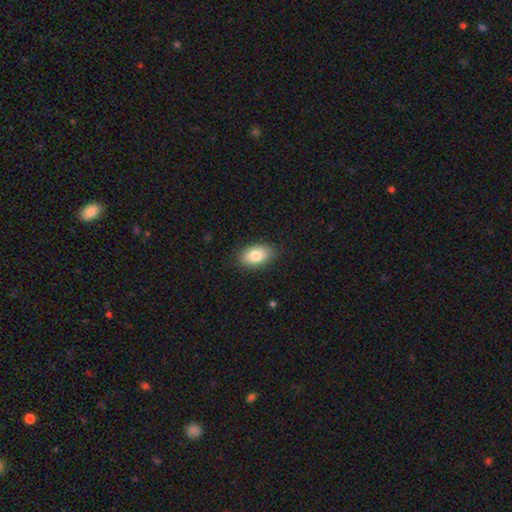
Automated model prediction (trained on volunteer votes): smooth-or-featured: smooth: 82% | featured or disk: 11% | star or artifact: 7%
  how-rounded: in between: 91% | round: 7% | cigar-shaped: 2%
  merging: none: 86% | minor disturbance: 11% | major disturbance: 2% | merger: 1%